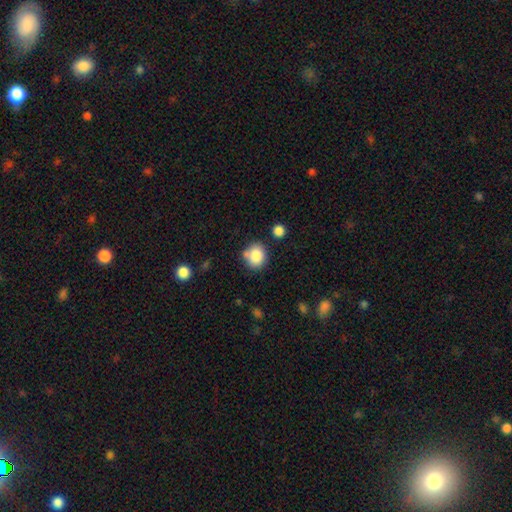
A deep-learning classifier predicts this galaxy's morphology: smooth_or_featured: smooth (p=0.84) [alt: star or artifact p=0.09]
how_rounded: round (p=0.74) [alt: in between p=0.25]
merging: none (p=0.68) [alt: minor disturbance p=0.16]